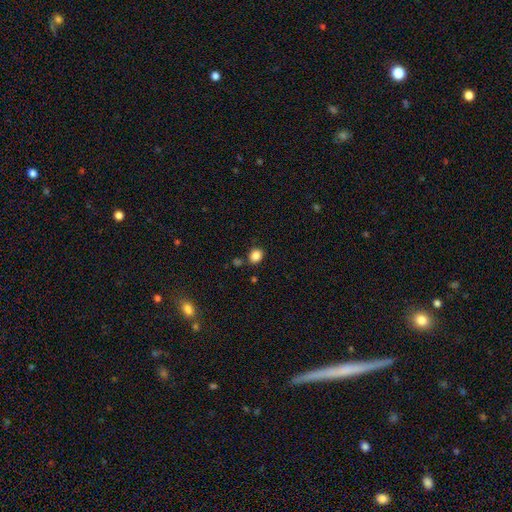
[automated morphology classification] A smooth galaxy with no disk features (86%) that is round (65%). Merging: none (81%).